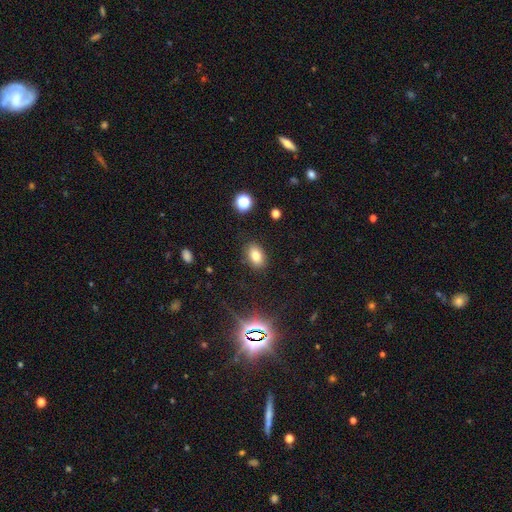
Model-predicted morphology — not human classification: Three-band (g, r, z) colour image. It shows a smooth galaxy with no disk features (77%) that is in between round and cigar-shaped (84%). Merging: none (86%).